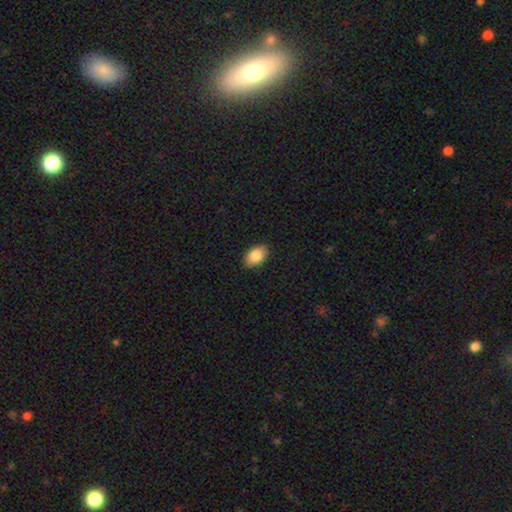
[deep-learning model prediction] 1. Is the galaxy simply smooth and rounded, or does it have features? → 87% smooth, 7% featured or disk, 7% star or artifact.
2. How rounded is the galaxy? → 91% in between, 7% round, 1% cigar-shaped.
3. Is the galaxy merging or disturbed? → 89% none, 8% minor disturbance, 2% major disturbance, 1% merger.